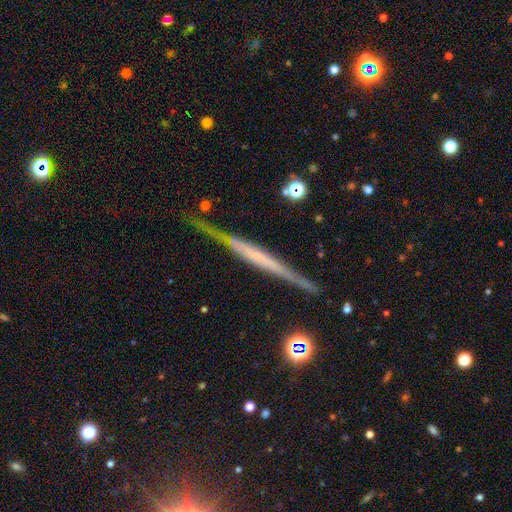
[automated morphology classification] This is likely a featured or disk galaxy (70%). It is clearly viewed edge-on (97%). Edge-on bulge: likely none (69%). Merging: clearly none (82%).